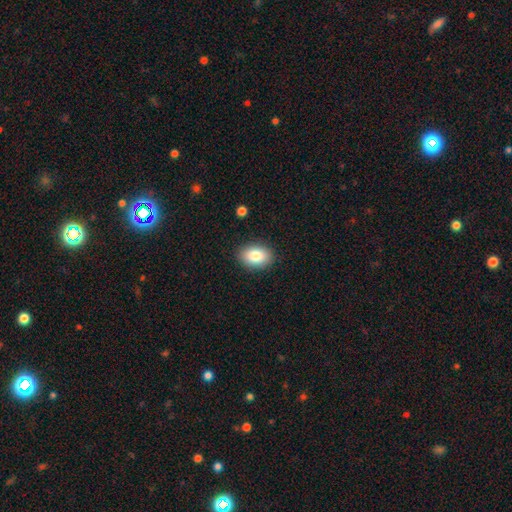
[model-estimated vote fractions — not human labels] The model was most divided on "how rounded": in between: 81%, round: 18%, cigar-shaped: 1%. More confident: merging — none (89%); smooth or featured — smooth (83%).